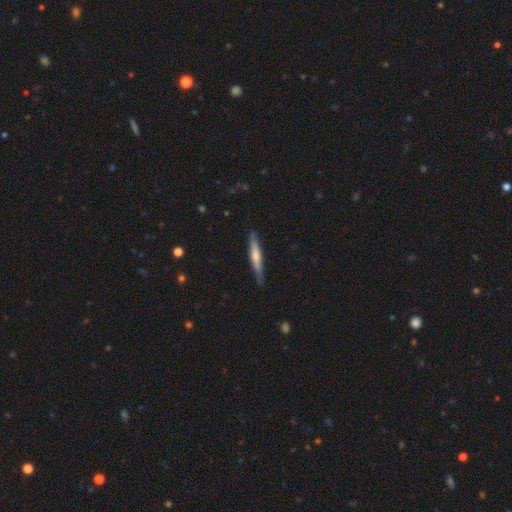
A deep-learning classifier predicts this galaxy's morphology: This is possibly a smooth galaxy (55%). How rounded: clearly cigar-shaped (93%). Merging: clearly none (83%).